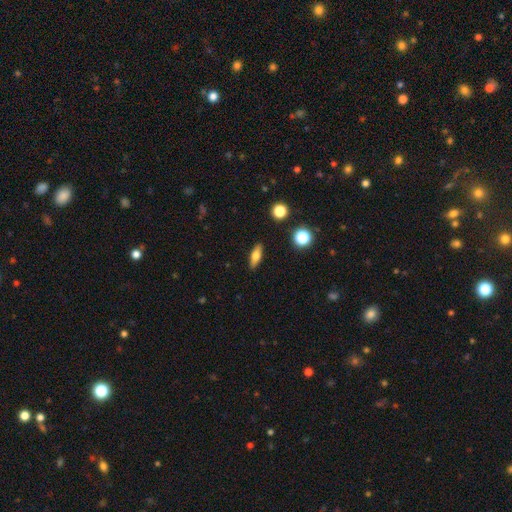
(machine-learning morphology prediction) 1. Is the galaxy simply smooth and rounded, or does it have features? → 61% smooth, 31% featured or disk, 8% star or artifact.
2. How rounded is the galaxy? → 57% in between, 37% cigar-shaped, 6% round.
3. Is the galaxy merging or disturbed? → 89% none, 8% minor disturbance, 2% major disturbance, 1% merger.